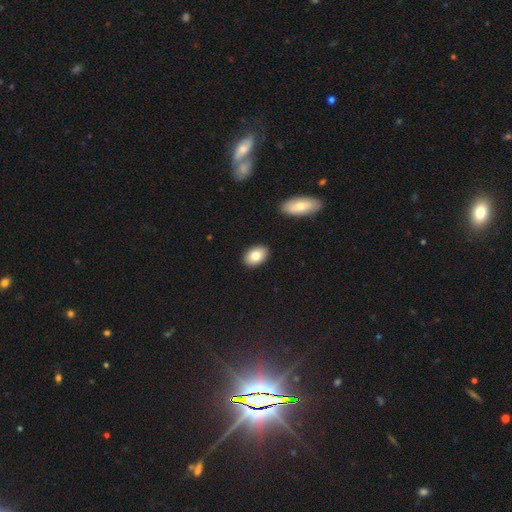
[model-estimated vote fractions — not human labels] Overall: smooth (81%). How rounded: in between (88%). Merging: none (89%).